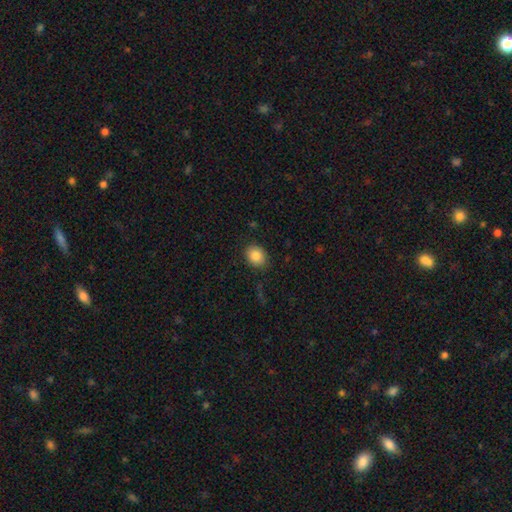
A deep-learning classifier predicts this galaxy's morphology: Smooth or featured? smooth (85%)
How rounded? round (54%)
Merging? none (86%)